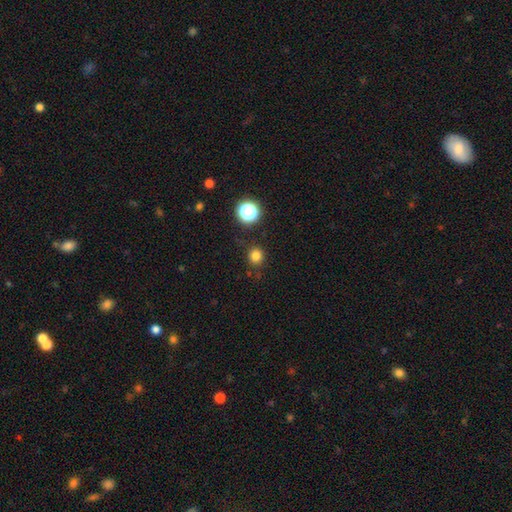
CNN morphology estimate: A smooth galaxy with no disk features (80%) that is round (92%). Merging: none (85%).